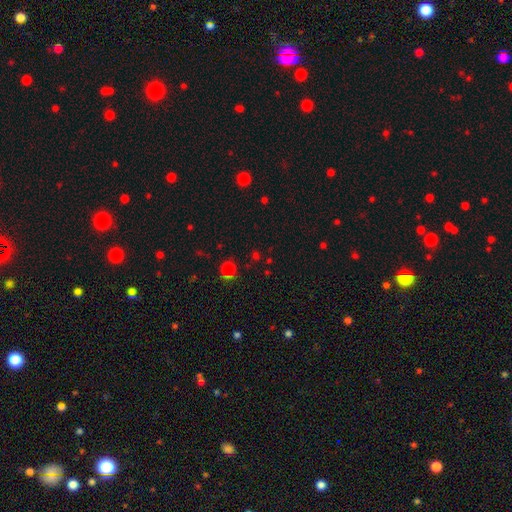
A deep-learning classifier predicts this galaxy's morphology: Smooth or featured: smooth — 49% (star or artifact — 44%)
Merging: none — 78% (minor disturbance — 10%)